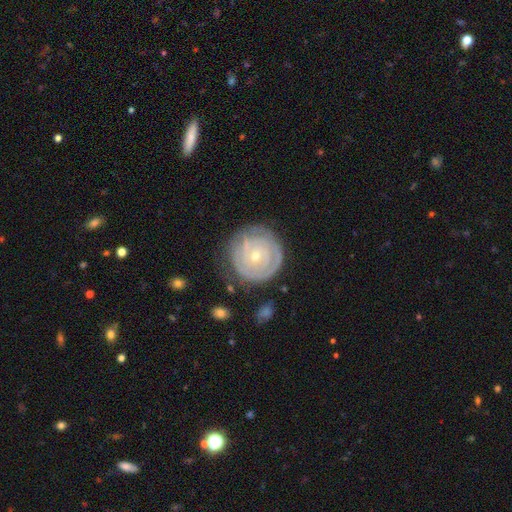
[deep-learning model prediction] Smooth or featured?
  - featured or disk: 78% *
  - smooth: 17%
  - star or artifact: 5%
Edge-on disk?
  - no: 97% *
  - yes: 3%
Bar?
  - no: 81% *
  - weak: 15%
  - strong: 4%
Spiral arms?
  - yes: 86% *
  - no: 14%
Spiral winding?
  - tight: 86% *
  - medium: 11%
  - loose: 3%
Spiral arm count?
  - can't tell: 44% *
  - 2: 24%
  - 3: 13%
  - 1: 8%
  - 4: 6%
  - more than 4: 5%
Bulge size?
  - small: 67% *
  - moderate: 30%
  - large: 1%
  - none: 1%
  - dominant: 1%
Merging?
  - none: 75% *
  - minor disturbance: 17%
  - major disturbance: 6%
  - merger: 2%